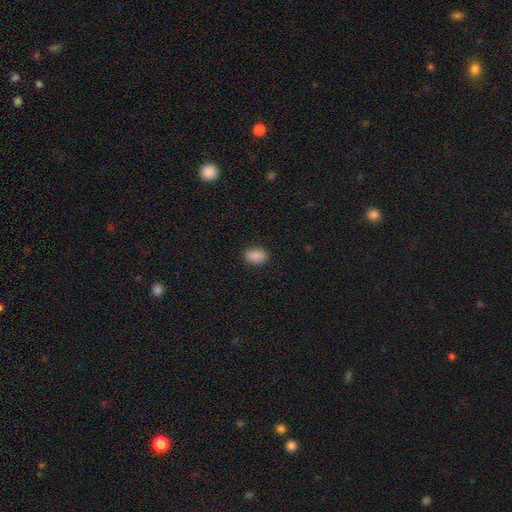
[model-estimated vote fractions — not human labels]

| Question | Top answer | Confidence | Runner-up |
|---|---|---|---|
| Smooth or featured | smooth | 87% | star or artifact (8%) |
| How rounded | in between | 81% | round (18%) |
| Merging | none | 87% | minor disturbance (10%) |